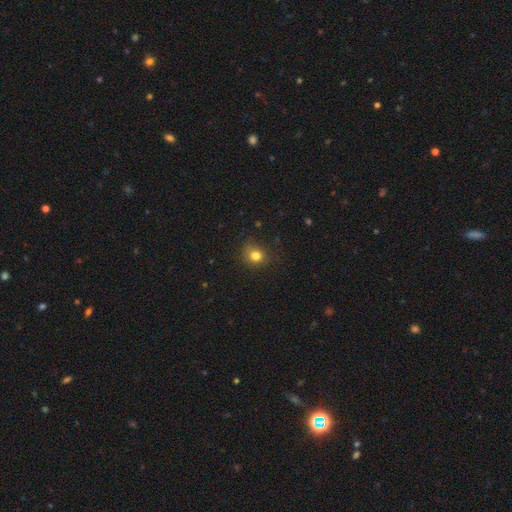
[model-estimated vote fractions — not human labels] smooth_or_featured: smooth (p=0.80) [alt: star or artifact p=0.14]
how_rounded: round (p=0.75) [alt: in between p=0.24]
merging: none (p=0.76) [alt: minor disturbance p=0.17]